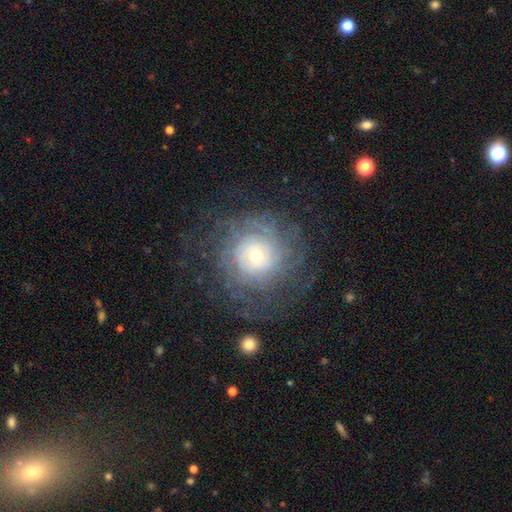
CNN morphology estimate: Q: Smooth or featured?
A: featured or disk (74%); runner-up: smooth (15%)
Q: Edge-on disk?
A: no (97%); runner-up: yes (3%)
Q: Bar?
A: no (82%); runner-up: weak (14%)
Q: Spiral arms?
A: yes (88%); runner-up: no (12%)
Q: Spiral winding?
A: tight (74%); runner-up: medium (18%)
Q: Spiral arm count?
A: can't tell (49%); runner-up: more than 4 (13%)
Q: Bulge size?
A: small (50%); runner-up: moderate (42%)
Q: Merging?
A: none (74%); runner-up: minor disturbance (13%)